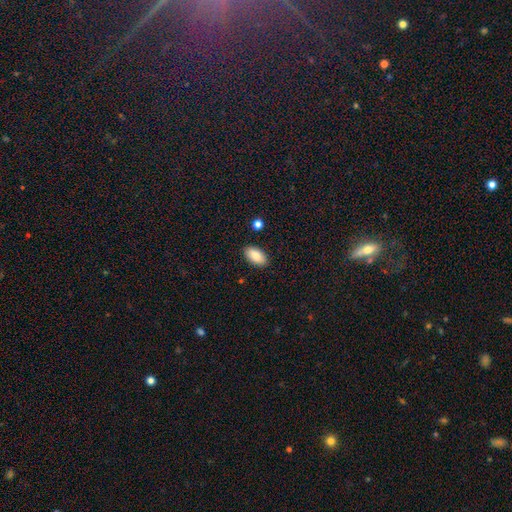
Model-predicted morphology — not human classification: Smooth or featured? Predicted: smooth (p=0.84). How rounded? Predicted: in between (p=0.94). Merging? Predicted: none (p=0.88).